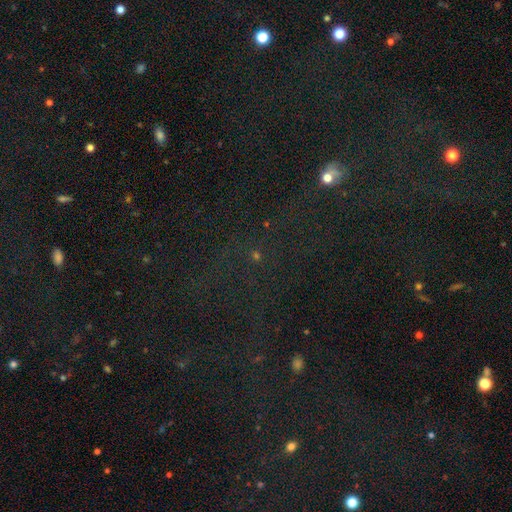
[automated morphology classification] Smooth or featured: star or artifact — 70% (smooth — 20%)